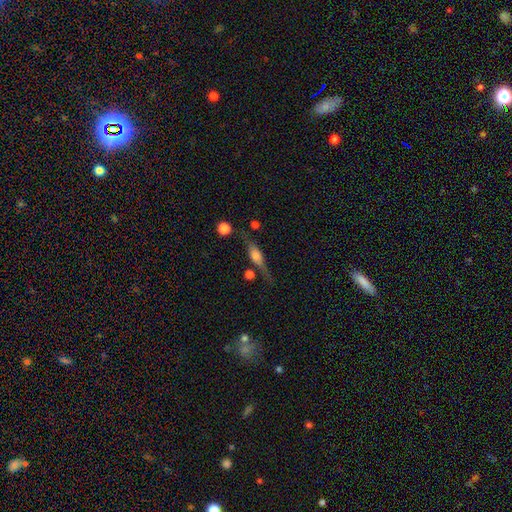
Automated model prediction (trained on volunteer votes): smooth_or_featured: featured or disk (p=0.63) [alt: smooth p=0.29]
disk_edge_on: yes (p=0.92) [alt: no p=0.08]
edge_on_bulge: rounded (p=0.84) [alt: boxy p=0.13]
merging: none (p=0.67) [alt: minor disturbance p=0.19]